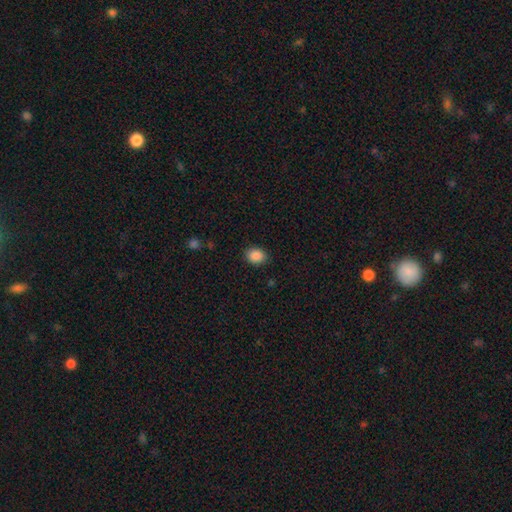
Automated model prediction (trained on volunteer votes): A smooth galaxy with no disk features (88%) that is in between round and cigar-shaped (55%).

Vote fractions:
- Smooth or featured? smooth: 88% / star or artifact: 9% / featured or disk: 3%
- How rounded? in between: 55% / round: 44% / cigar-shaped: 1%
- Merging? none: 88% / minor disturbance: 9% / major disturbance: 2% / merger: 1%